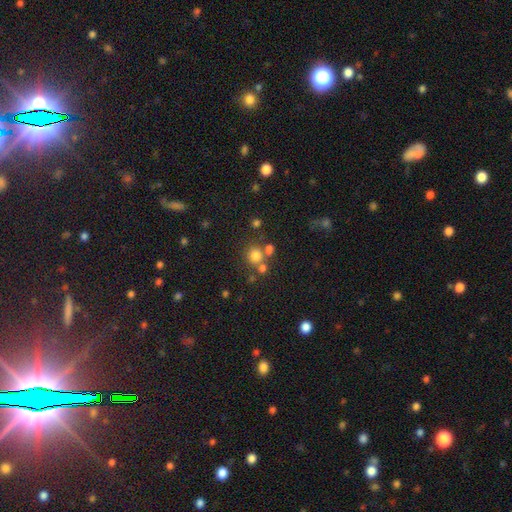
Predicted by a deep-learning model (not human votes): This is likely a smooth galaxy (74%). How rounded: clearly round (88%). Merging: likely none (63%).